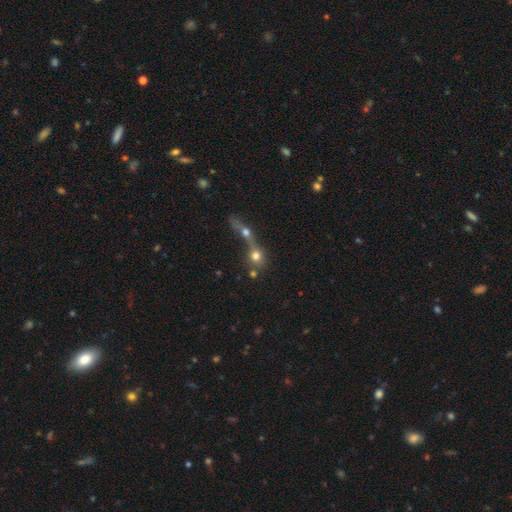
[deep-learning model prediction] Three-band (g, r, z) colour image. It shows a smooth galaxy with no disk features (67%) that is round (81%). Merging: merger (59%).